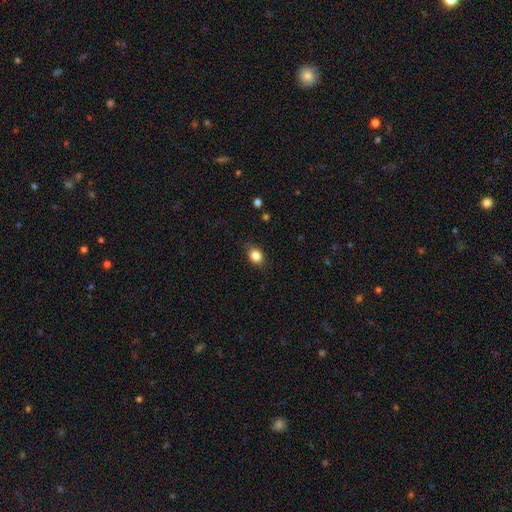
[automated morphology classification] Smooth or featured: smooth — 84% (star or artifact — 10%)
How rounded: in between — 62% (round — 37%)
Merging: none — 84% (minor disturbance — 13%)